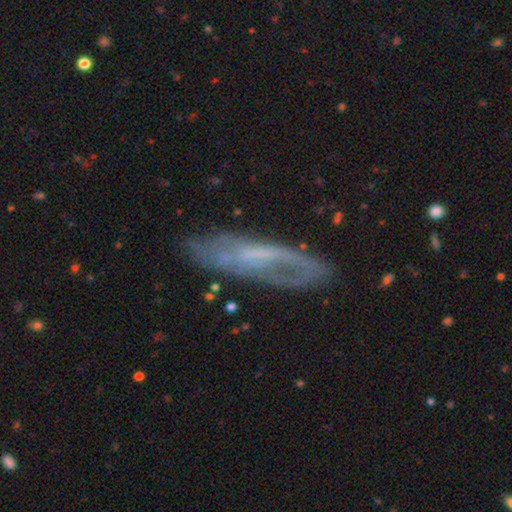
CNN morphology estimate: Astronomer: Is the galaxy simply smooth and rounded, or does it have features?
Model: featured or disk — 63%.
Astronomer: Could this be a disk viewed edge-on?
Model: no — 65%.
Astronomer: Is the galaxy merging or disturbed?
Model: none — 64%.